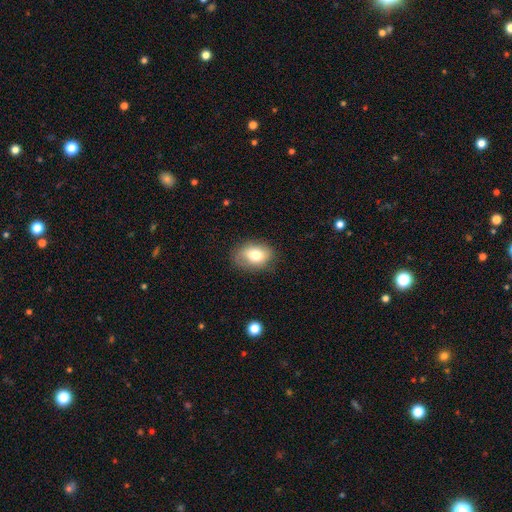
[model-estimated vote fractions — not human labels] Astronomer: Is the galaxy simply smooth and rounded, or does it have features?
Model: smooth — 74%.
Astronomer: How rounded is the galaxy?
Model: in between — 78%.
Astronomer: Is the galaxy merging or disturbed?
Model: none — 74%.